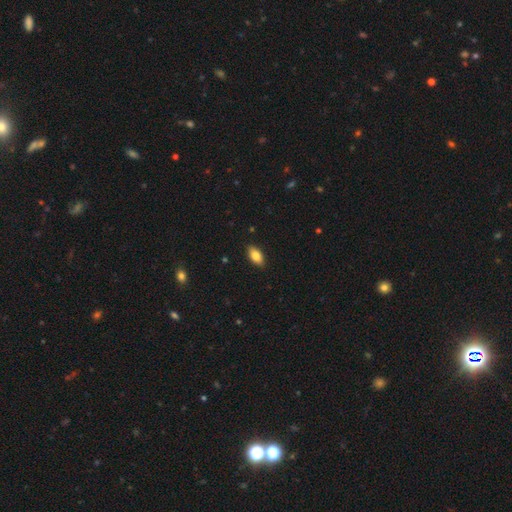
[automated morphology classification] smooth 82%, featured or disk 11%, star or artifact 7%. Down the decision tree: how rounded — in between (90%); merging — none (89%).